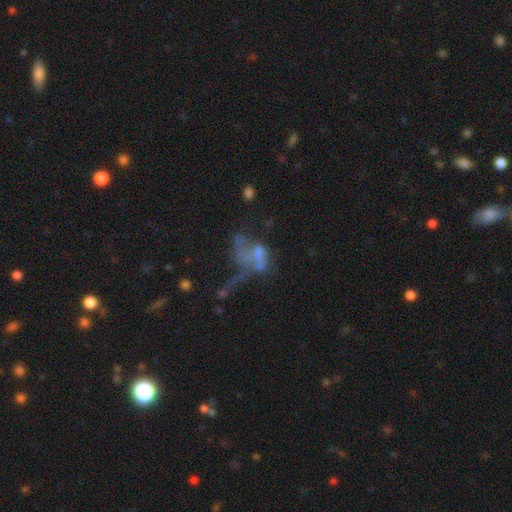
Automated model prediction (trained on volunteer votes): Morphology: type=featured or disk (46%); merging=major disturbance (42%).